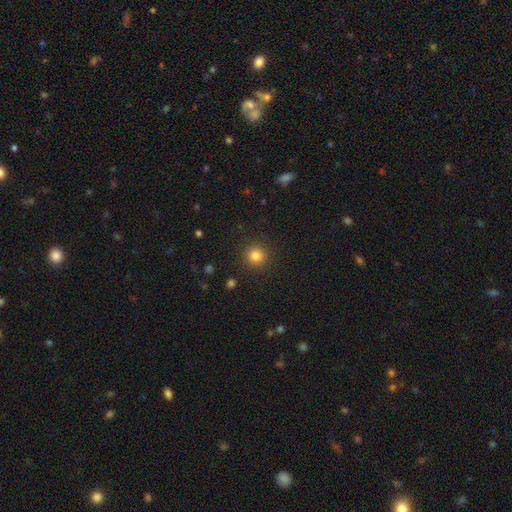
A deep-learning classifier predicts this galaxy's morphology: A smooth galaxy with no disk features (82%) that is round (95%).

Vote fractions:
- Smooth or featured? smooth: 82% / star or artifact: 13% / featured or disk: 5%
- How rounded? round: 95% / in between: 4% / cigar-shaped: 1%
- Merging? none: 91% / minor disturbance: 6% / major disturbance: 2% / merger: 1%